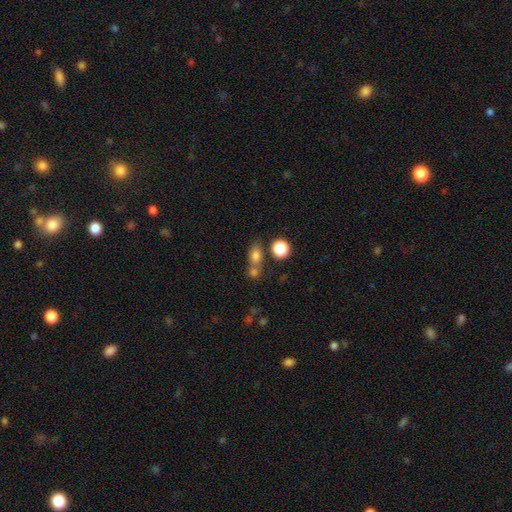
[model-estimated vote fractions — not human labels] A smooth galaxy with no disk features (75%) that is in between round and cigar-shaped (57%). Merging: none (50%).